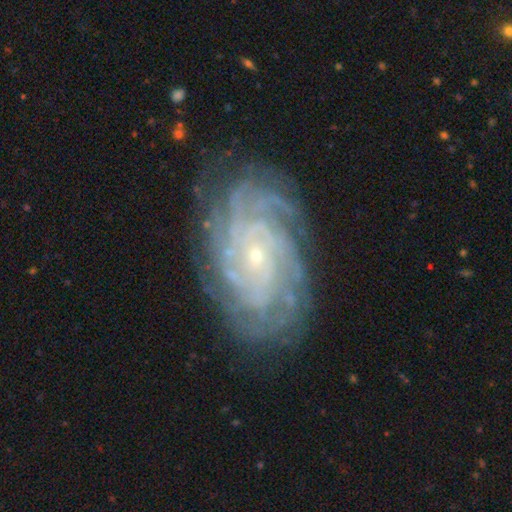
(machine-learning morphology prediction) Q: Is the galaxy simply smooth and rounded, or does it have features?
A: featured or disk — 89%.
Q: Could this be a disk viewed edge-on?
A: no — 97%.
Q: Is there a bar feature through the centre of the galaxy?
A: no — 72%.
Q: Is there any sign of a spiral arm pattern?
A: yes — 98%.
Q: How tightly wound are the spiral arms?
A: tight — 80%.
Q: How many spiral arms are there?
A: more than 4 — 30%.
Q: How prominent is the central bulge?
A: small — 83%.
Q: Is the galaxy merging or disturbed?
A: none — 80%.